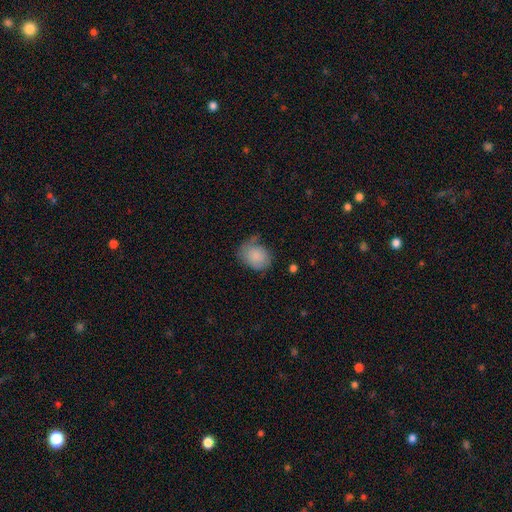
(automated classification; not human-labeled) This appears to be a smooth galaxy with no disk features (81%) that is in between round and cigar-shaped (51%). Merging: none (46%).